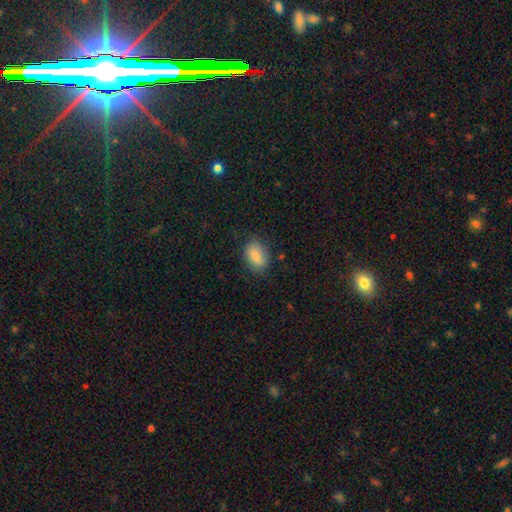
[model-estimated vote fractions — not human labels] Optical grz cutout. It shows a smooth galaxy with no disk features (83%) that is in between round and cigar-shaped (82%). Merging: none (72%).